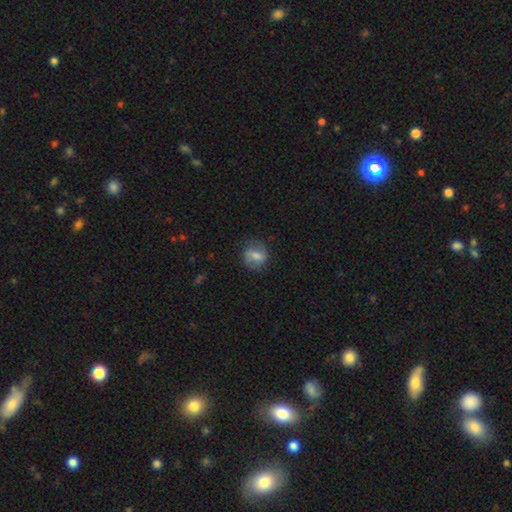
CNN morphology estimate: A smooth galaxy with no disk features (57%) that is round (60%). Merging: none (75%).